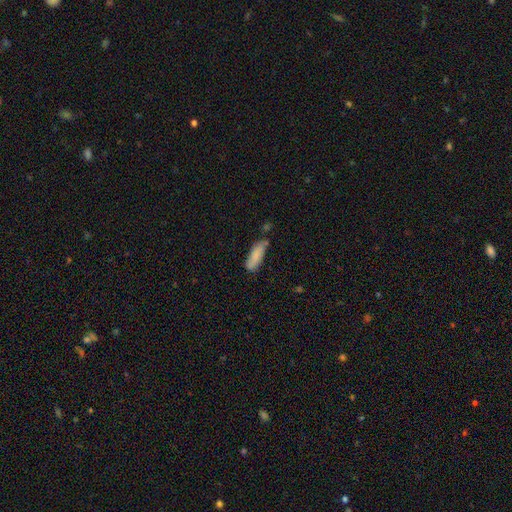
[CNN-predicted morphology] A smooth galaxy with no disk features (81%) that is cigar-shaped (50%). Merging: none (63%).